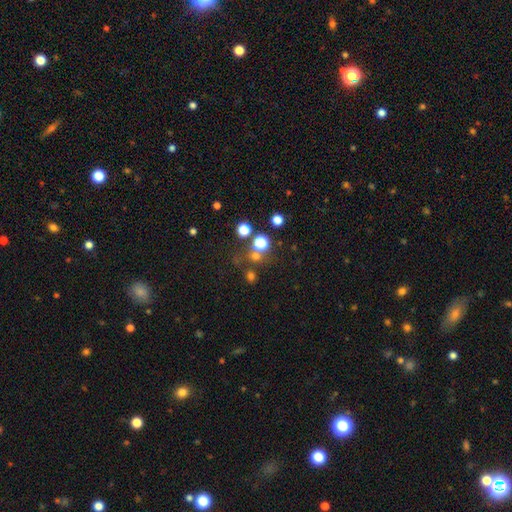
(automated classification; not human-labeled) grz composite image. It shows a smooth galaxy with no disk features (59%) that is round (88%). Merging: none (64%).